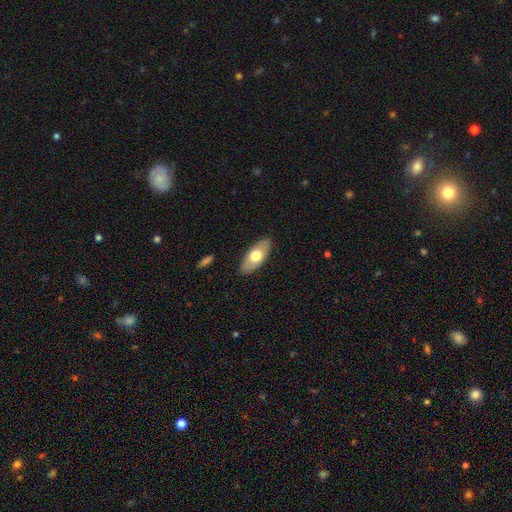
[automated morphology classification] Q: Smooth or featured?
A: smooth (61%); runner-up: featured or disk (33%)
Q: How rounded?
A: in between (88%); runner-up: cigar-shaped (9%)
Q: Merging?
A: none (87%); runner-up: minor disturbance (10%)